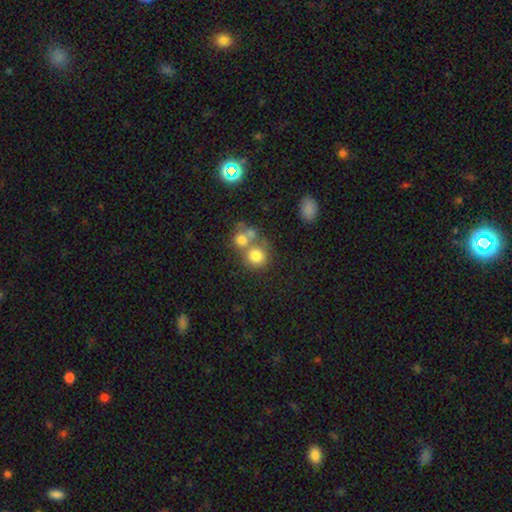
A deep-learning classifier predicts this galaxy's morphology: This appears to be a smooth galaxy with no disk features (75%) that is round (85%). Merging: none (46%).